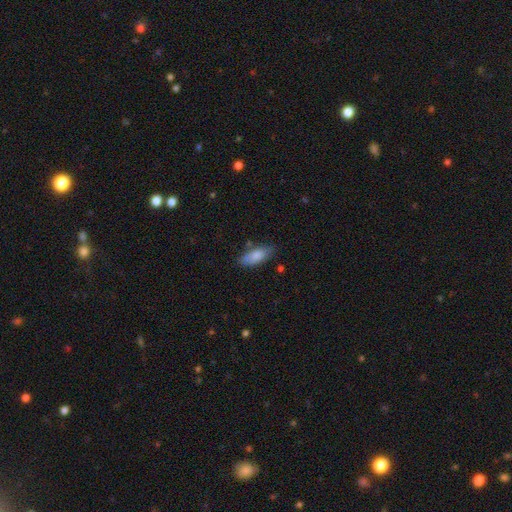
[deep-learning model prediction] Morphology: type=smooth (83%); roundness=in between (81%); merging=none (73%).